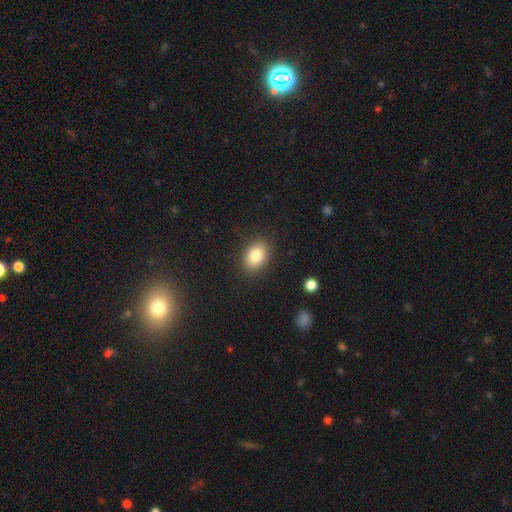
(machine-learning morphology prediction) Smooth or featured? Predicted: smooth (p=0.84). How rounded? Predicted: in between (p=0.77). Merging? Predicted: none (p=0.87).